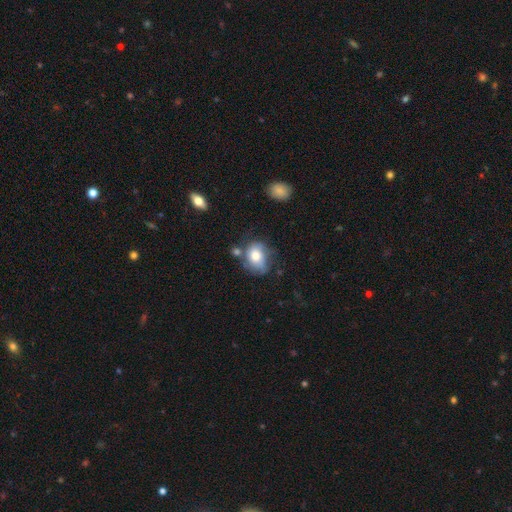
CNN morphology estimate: Q: Smooth or featured?
A: smooth (65%); runner-up: featured or disk (27%)
Q: How rounded?
A: in between (58%); runner-up: round (41%)
Q: Merging?
A: none (45%); runner-up: minor disturbance (28%)